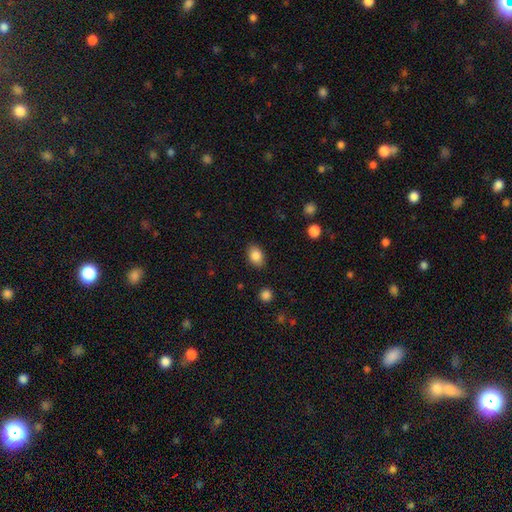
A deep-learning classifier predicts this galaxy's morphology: smooth 86%, star or artifact 9%, featured or disk 5%. Down the decision tree: how rounded — in between (78%); merging — none (85%).